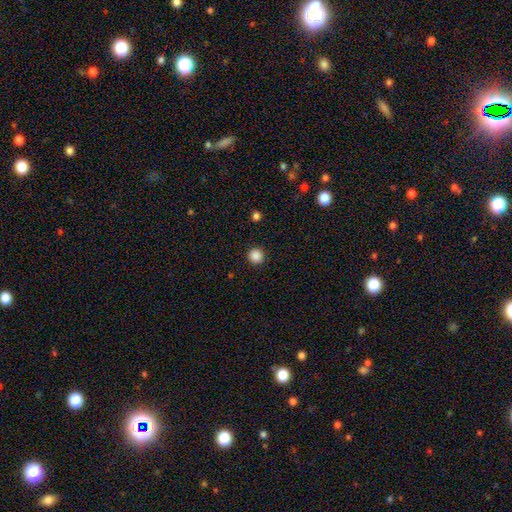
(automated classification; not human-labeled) Smooth or featured: smooth — 87% (star or artifact — 10%)
How rounded: round — 95% (in between — 4%)
Merging: none — 93% (minor disturbance — 5%)